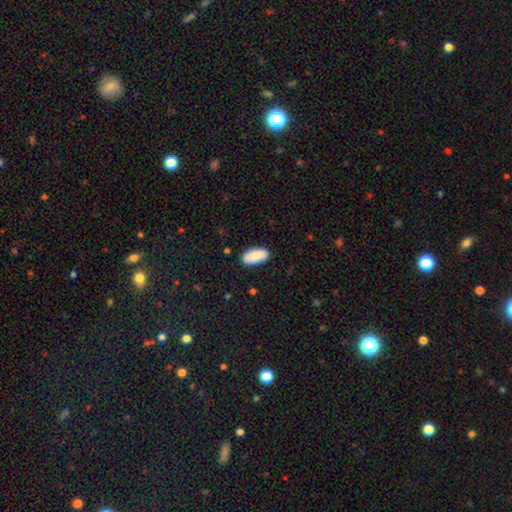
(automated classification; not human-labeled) This appears to be a smooth galaxy with no disk features (87%) that is in between round and cigar-shaped (93%). Merging: none (85%).